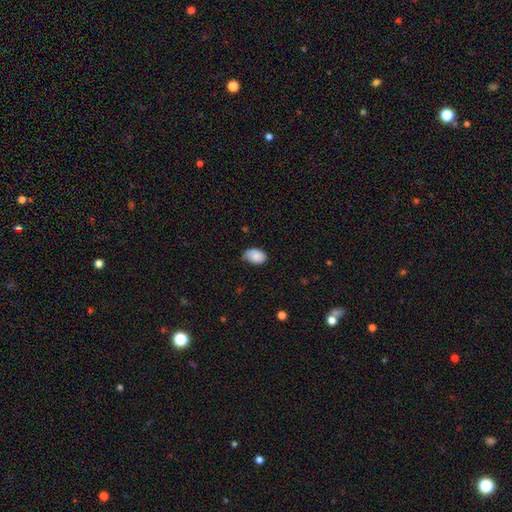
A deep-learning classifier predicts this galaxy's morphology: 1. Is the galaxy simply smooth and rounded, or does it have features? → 87% smooth, 7% star or artifact, 6% featured or disk.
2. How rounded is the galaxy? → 86% in between, 13% round, 1% cigar-shaped.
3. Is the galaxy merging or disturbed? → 63% none, 31% minor disturbance, 5% major disturbance, 1% merger.